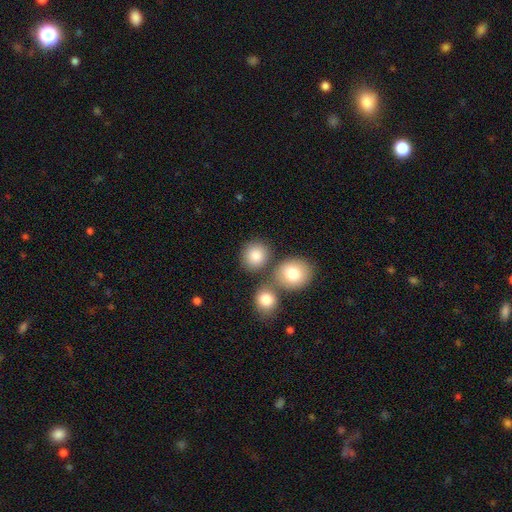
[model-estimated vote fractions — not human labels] This appears to be a smooth galaxy with no disk features (83%) that is round (83%). Merging: none (70%).